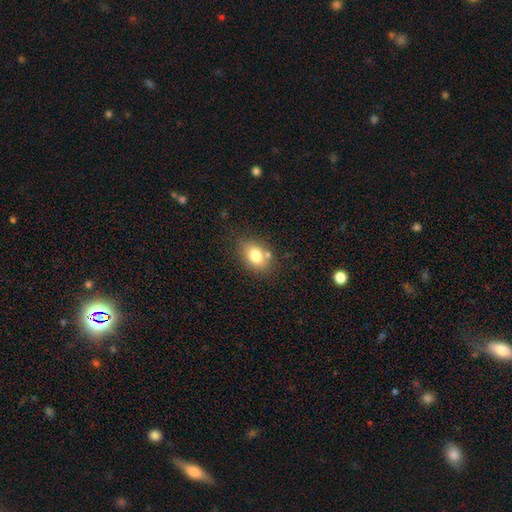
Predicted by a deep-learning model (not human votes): Overall: smooth (77%). How rounded: in between (72%). Merging: none (71%).